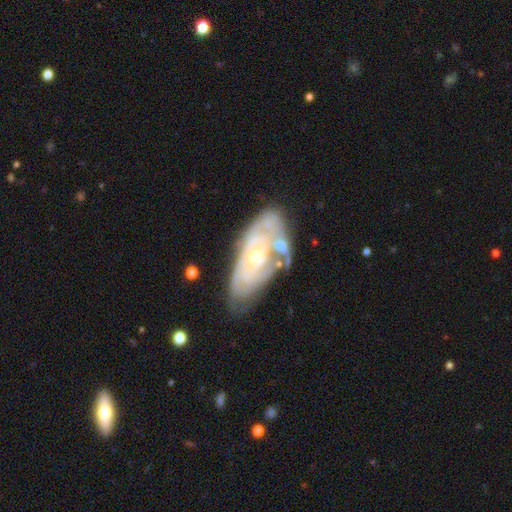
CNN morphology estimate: Overall: featured or disk (78%). Edge-on disk: no (92%). Bar: no (72%). Spiral arms: yes (80%). Spiral arm count: can't tell (57%; 2 20%). Spiral winding: tight (70%). Bulge size: small (64%; moderate 31%). Merging: none (52%; minor disturbance 24%).